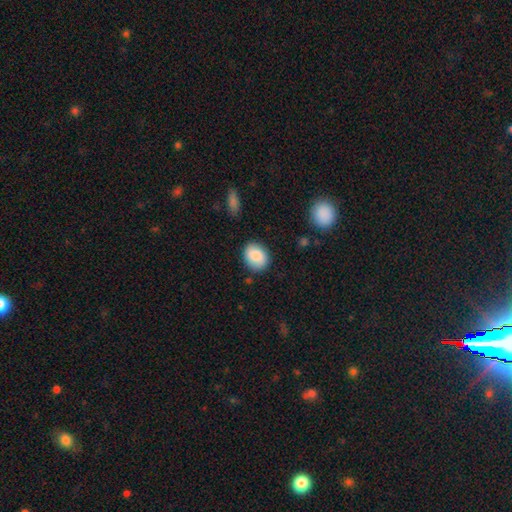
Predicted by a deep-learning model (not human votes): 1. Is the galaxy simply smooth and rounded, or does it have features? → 86% smooth, 7% star or artifact, 7% featured or disk.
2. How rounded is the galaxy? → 50% round, 49% in between, 1% cigar-shaped.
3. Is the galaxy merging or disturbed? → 84% none, 12% minor disturbance, 3% major disturbance, 2% merger.